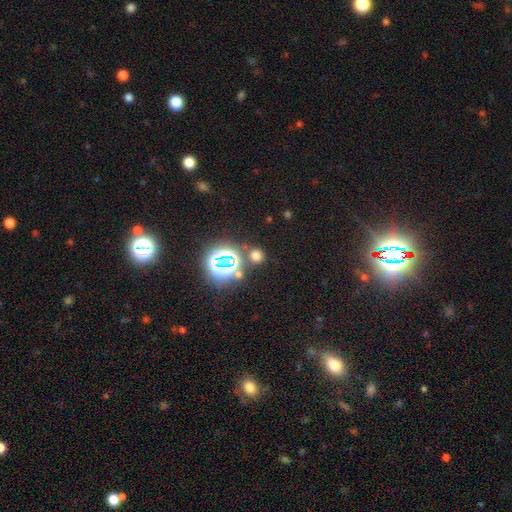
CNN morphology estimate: smooth 59%, star or artifact 35%, featured or disk 6%. Down the decision tree: how rounded — round (81%); merging — none (80%).